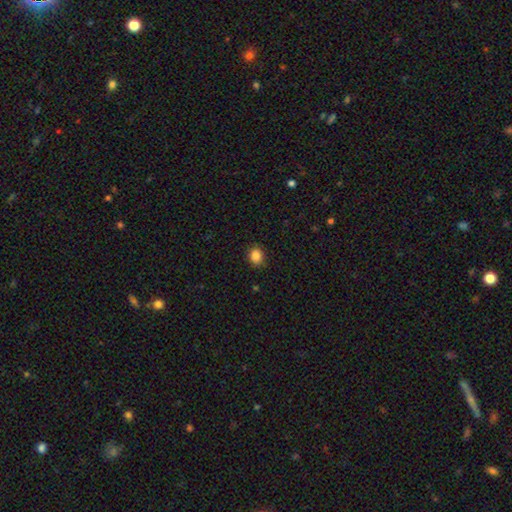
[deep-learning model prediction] Smooth or featured? Predicted: smooth (p=0.87). How rounded? Predicted: round (p=0.57). Merging? Predicted: none (p=0.88).